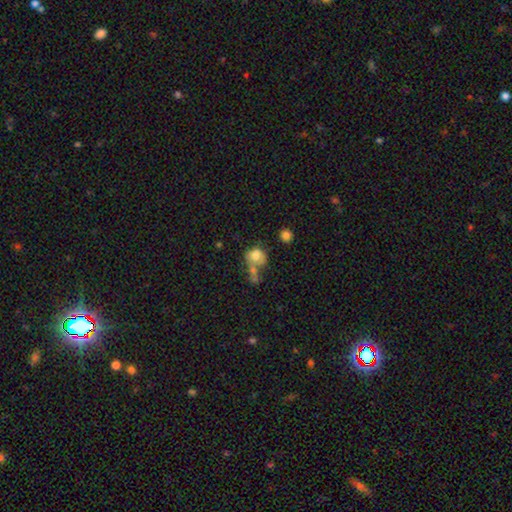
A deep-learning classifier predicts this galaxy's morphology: A smooth galaxy with no disk features (73%) that is round (60%).

Vote fractions:
- Smooth or featured? smooth: 73% / featured or disk: 16% / star or artifact: 11%
- How rounded? round: 60% / in between: 38% / cigar-shaped: 1%
- Merging? merger: 41% / none: 28% / major disturbance: 15% / minor disturbance: 15%